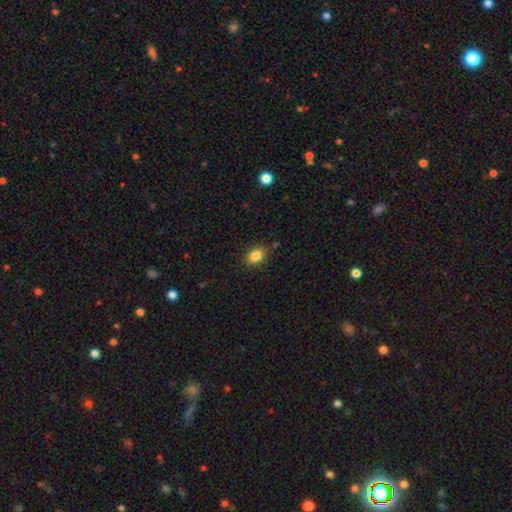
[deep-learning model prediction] smooth_or_featured: smooth (p=0.84) [alt: star or artifact p=0.10]
how_rounded: in between (p=0.71) [alt: round p=0.28]
merging: none (p=0.85) [alt: minor disturbance p=0.10]